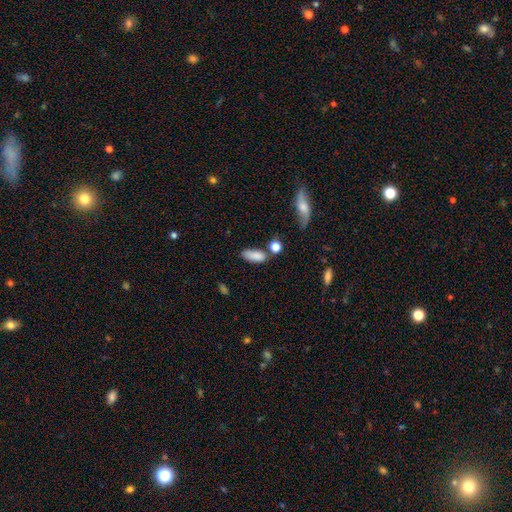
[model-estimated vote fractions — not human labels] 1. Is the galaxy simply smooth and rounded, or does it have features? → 84% smooth, 8% featured or disk, 8% star or artifact.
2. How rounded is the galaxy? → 76% in between, 19% cigar-shaped, 4% round.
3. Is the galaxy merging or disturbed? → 57% none, 22% minor disturbance, 13% merger, 8% major disturbance.